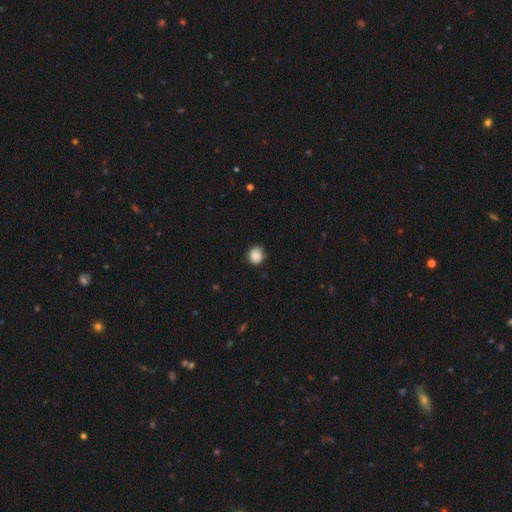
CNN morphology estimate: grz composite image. It shows a smooth galaxy with no disk features (85%) that is round (76%). Merging: none (73%).